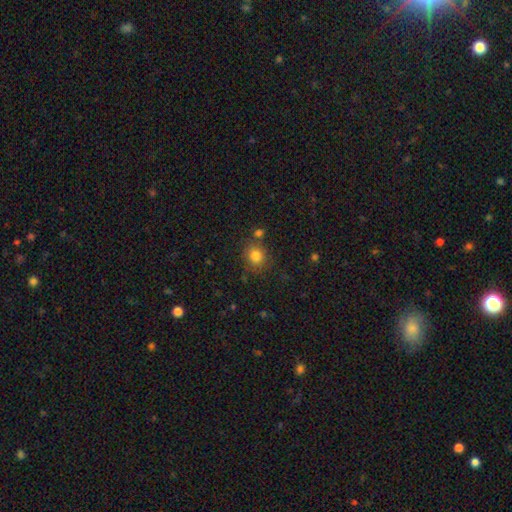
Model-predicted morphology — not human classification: This appears to be a smooth galaxy with no disk features (82%) that is round (83%). Merging: none (76%).